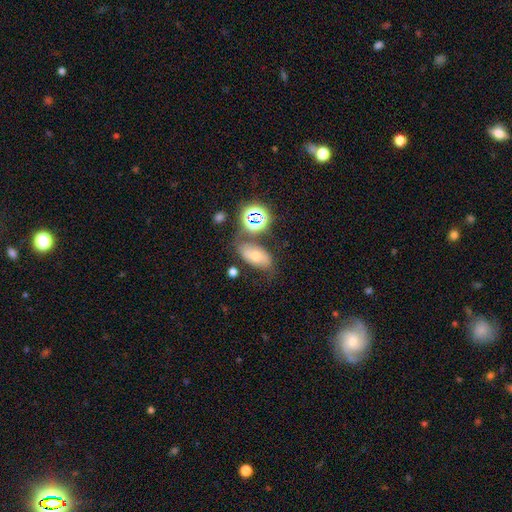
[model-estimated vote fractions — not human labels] smooth_or_featured: smooth (p=0.47) [alt: featured or disk p=0.33]
merging: none (p=0.61) [alt: minor disturbance p=0.20]